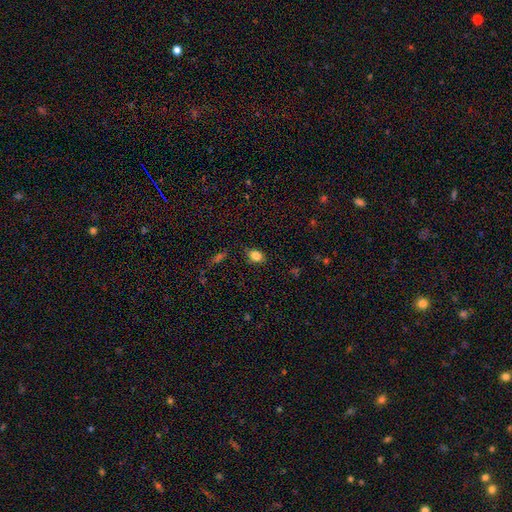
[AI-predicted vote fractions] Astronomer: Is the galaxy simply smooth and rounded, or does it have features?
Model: smooth — 84%.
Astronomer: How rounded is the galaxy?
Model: in between — 71%.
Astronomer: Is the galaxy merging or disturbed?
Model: none — 81%.